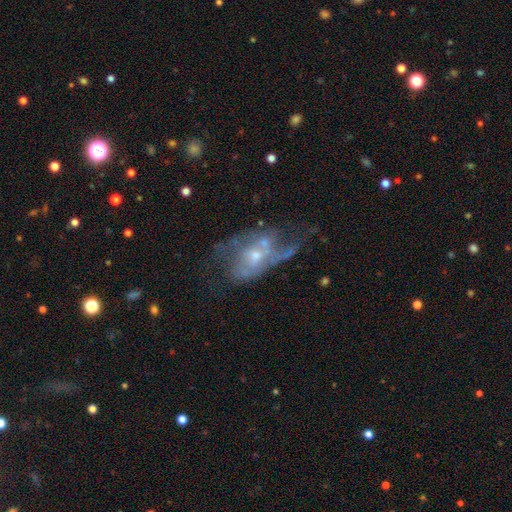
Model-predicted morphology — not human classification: type=featured or disk (74%); edge-on=no (95%); bar=no (72%); spiral arms=yes (64%); bulge=small (51%); merging=major disturbance (35%).